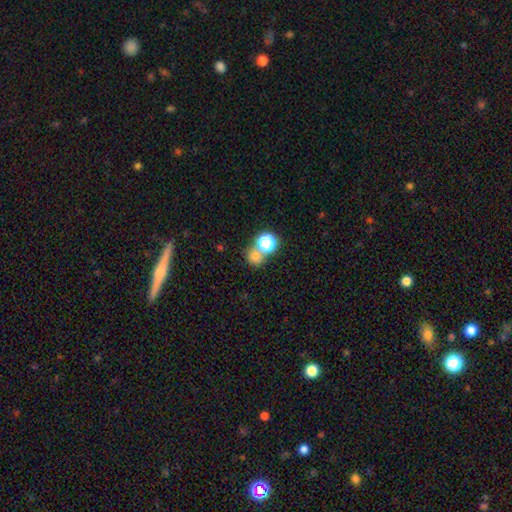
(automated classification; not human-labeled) Overall: smooth (69%). How rounded: round (83%). Merging: none (54%; merger 35%).